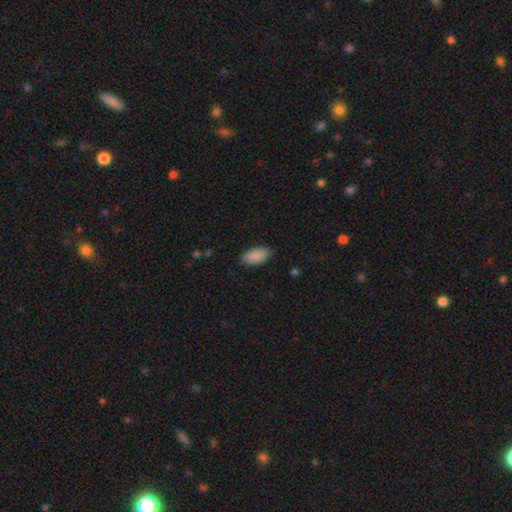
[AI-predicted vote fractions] smooth-or-featured: smooth: 89% | star or artifact: 7% | featured or disk: 4%
  how-rounded: in between: 94% | cigar-shaped: 3% | round: 3%
  merging: none: 85% | minor disturbance: 12% | major disturbance: 2% | merger: 1%